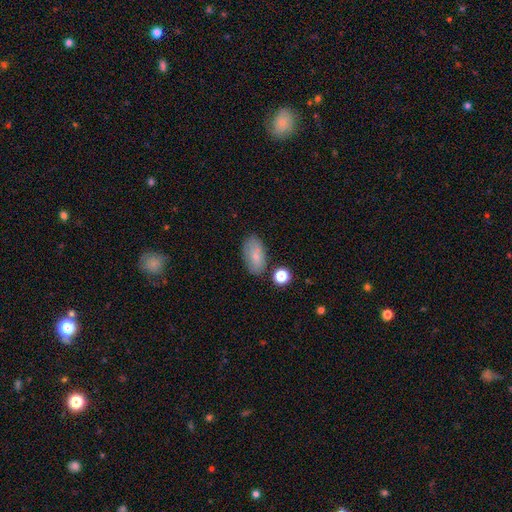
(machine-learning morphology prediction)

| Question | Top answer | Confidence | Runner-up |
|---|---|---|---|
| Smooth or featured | smooth | 75% | featured or disk (17%) |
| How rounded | in between | 92% | round (6%) |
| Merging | none | 73% | minor disturbance (17%) |